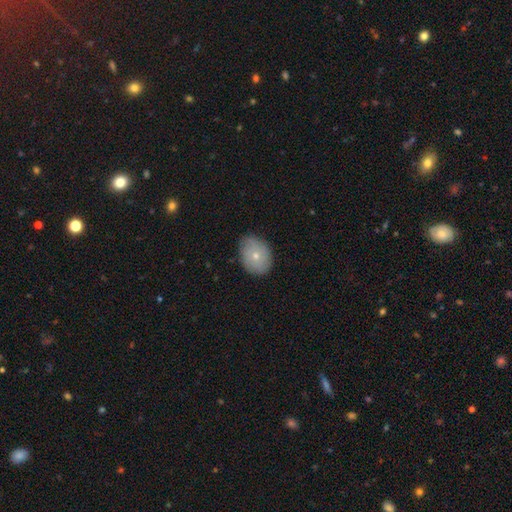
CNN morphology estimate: A smooth galaxy with no disk features (68%) that is in between round and cigar-shaped (61%).

Vote fractions:
- Smooth or featured? smooth: 68% / featured or disk: 24% / star or artifact: 8%
- How rounded? in between: 61% / round: 38% / cigar-shaped: 1%
- Merging? none: 76% / minor disturbance: 19% / major disturbance: 3% / merger: 1%